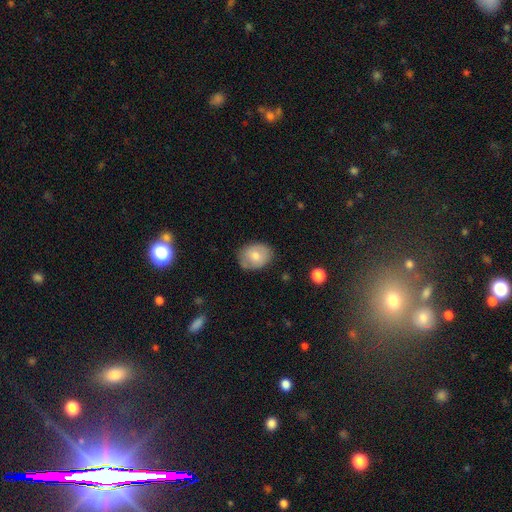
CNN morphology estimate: This is likely a smooth galaxy (72%). How rounded: likely in between (64%). Merging: likely none (77%).